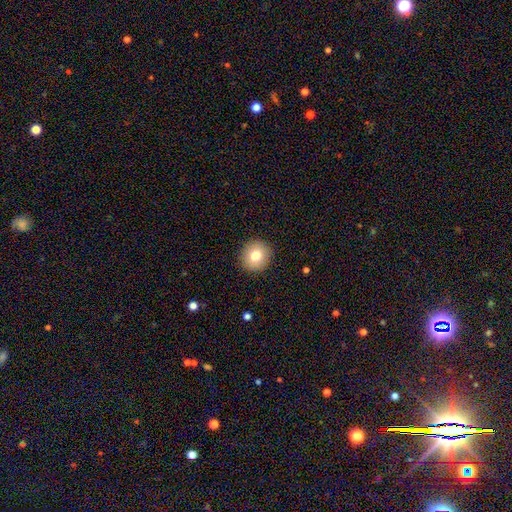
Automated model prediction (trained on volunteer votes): Smooth or featured? Predicted: smooth (p=0.78). How rounded? Predicted: round (p=0.91). Merging? Predicted: none (p=0.91).